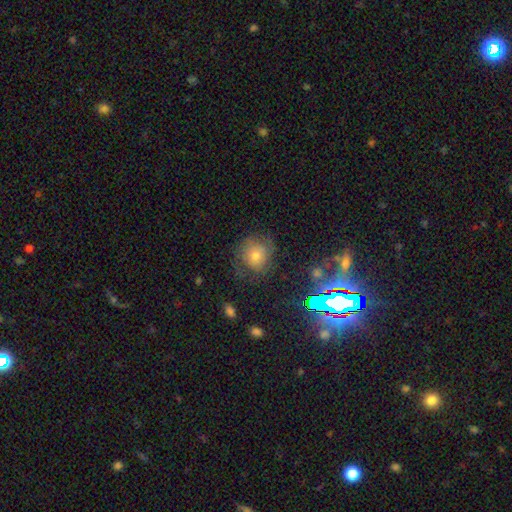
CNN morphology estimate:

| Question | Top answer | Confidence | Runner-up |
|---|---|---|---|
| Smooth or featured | smooth | 51% | featured or disk (26%) |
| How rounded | round | 80% | in between (19%) |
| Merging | none | 66% | minor disturbance (20%) |